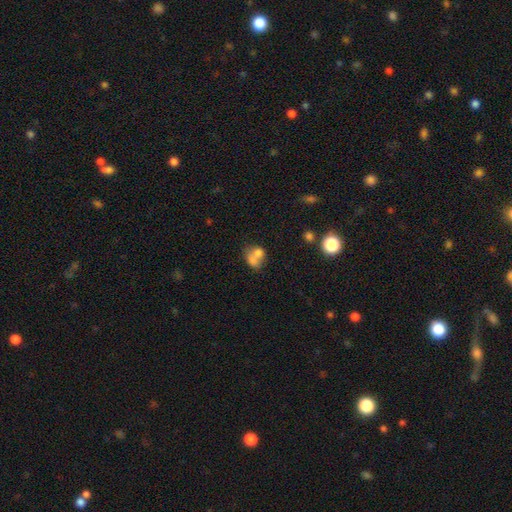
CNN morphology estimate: type=smooth (69%); roundness=in between (51%); merging=merger (59%).